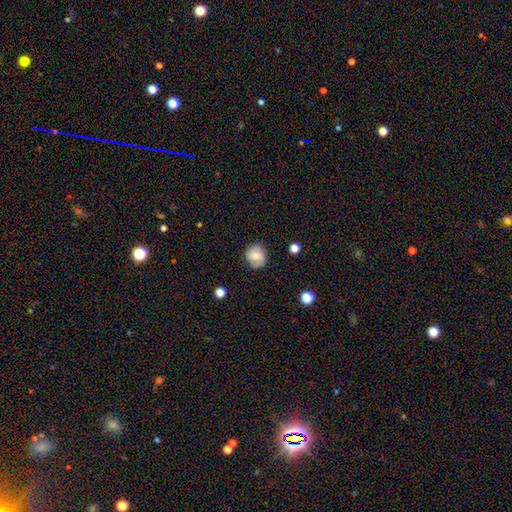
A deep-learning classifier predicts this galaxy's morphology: smooth 62%, featured or disk 29%, star or artifact 9%. Down the decision tree: how rounded — round (80%); merging — none (76%).